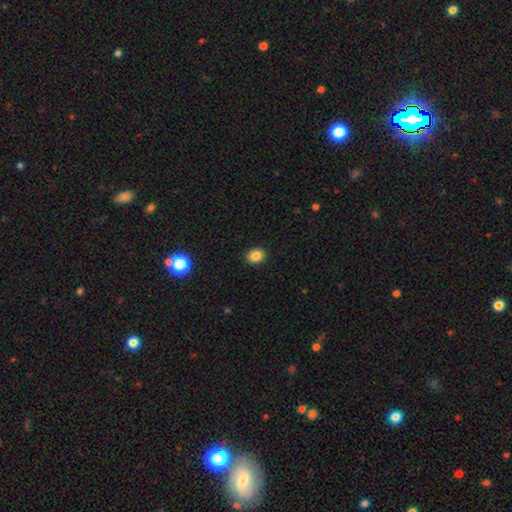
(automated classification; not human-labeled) This appears to be a smooth galaxy with no disk features (85%) that is round (65%). Merging: none (91%).